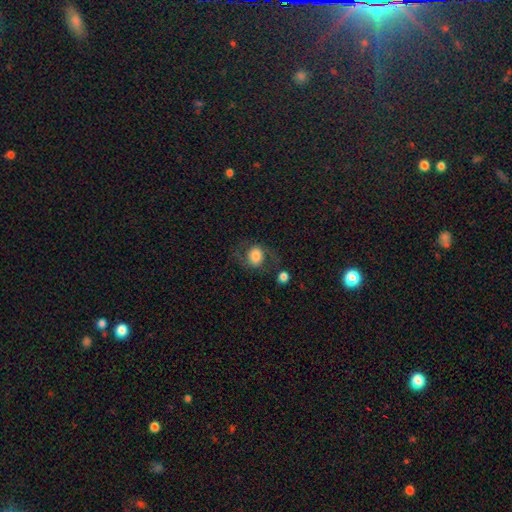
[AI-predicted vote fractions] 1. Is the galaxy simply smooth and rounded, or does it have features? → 62% smooth, 29% featured or disk, 9% star or artifact.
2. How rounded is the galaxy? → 61% round, 38% in between, 1% cigar-shaped.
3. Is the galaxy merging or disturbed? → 58% none, 19% minor disturbance, 17% major disturbance, 6% merger.